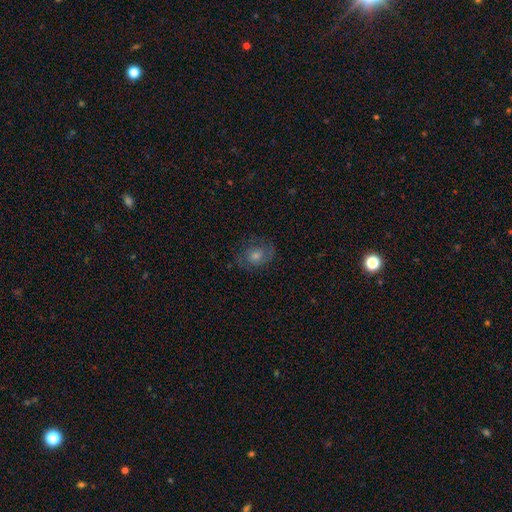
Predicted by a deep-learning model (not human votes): Morphology: type=featured or disk (51%); edge-on=no (96%); merging=none (75%).